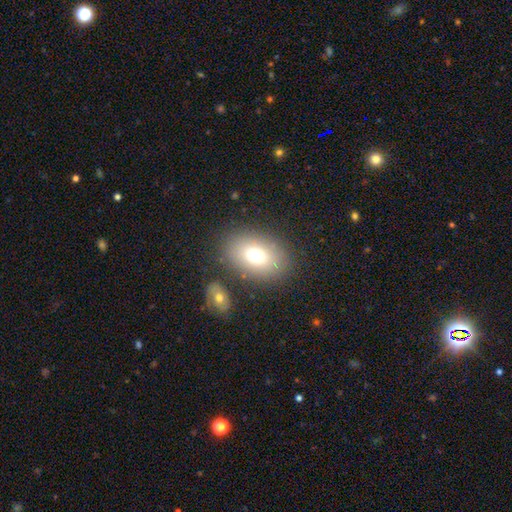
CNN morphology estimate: This appears to be a smooth galaxy with no disk features (72%) that is in between round and cigar-shaped (77%). Merging: none (80%).